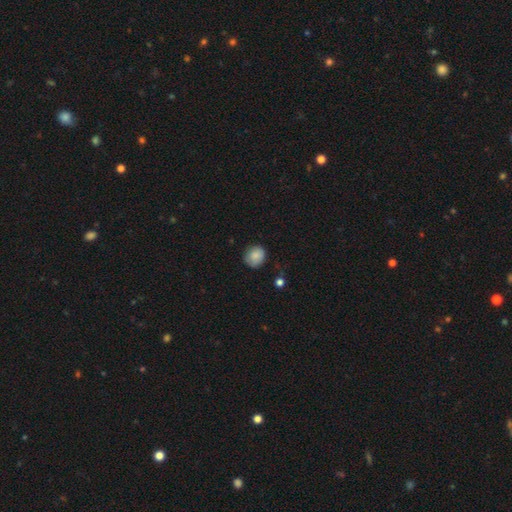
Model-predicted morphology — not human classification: smooth 85%, star or artifact 8%, featured or disk 7%. Down the decision tree: how rounded — round (79%); merging — none (77%).